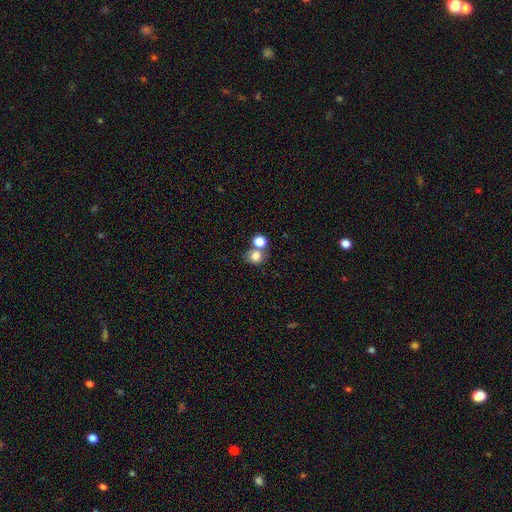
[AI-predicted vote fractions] This appears to be a smooth galaxy with no disk features (79%) that is round (78%). Merging: none (50%).